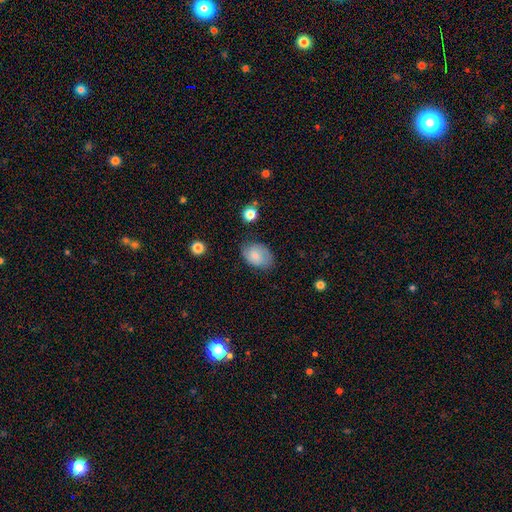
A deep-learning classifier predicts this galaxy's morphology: type=smooth (74%); roundness=in between (83%); merging=none (69%).